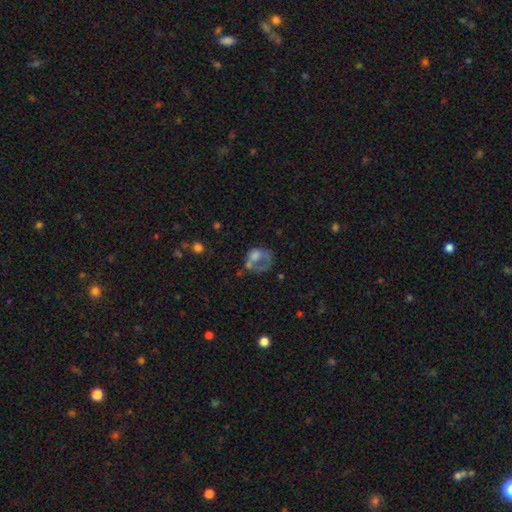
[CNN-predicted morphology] Overall: smooth (47%; featured or disk 41%). Merging: major disturbance (41%; none 28%).